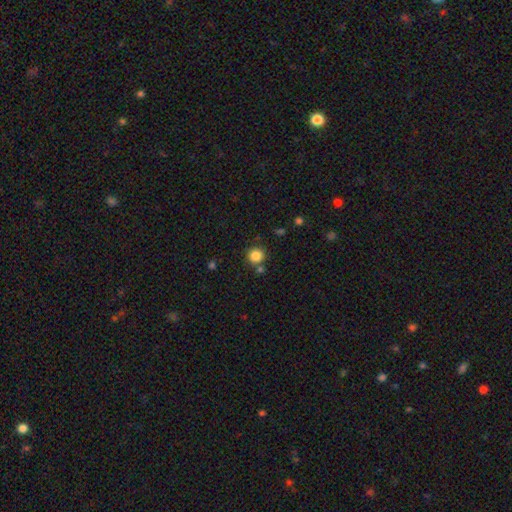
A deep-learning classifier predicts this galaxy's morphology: A smooth galaxy with no disk features (84%) that is round (92%).

Vote fractions:
- Smooth or featured? smooth: 84% / star or artifact: 11% / featured or disk: 5%
- How rounded? round: 92% / in between: 7% / cigar-shaped: 1%
- Merging? none: 78% / merger: 11% / minor disturbance: 9% / major disturbance: 3%